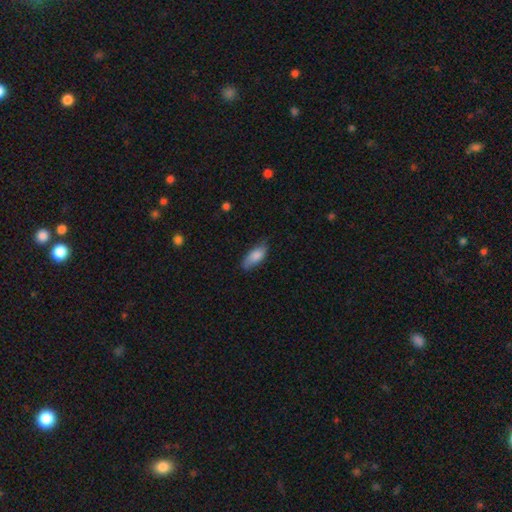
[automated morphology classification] Overall: smooth (83%). How rounded: in between (78%). Merging: none (70%).